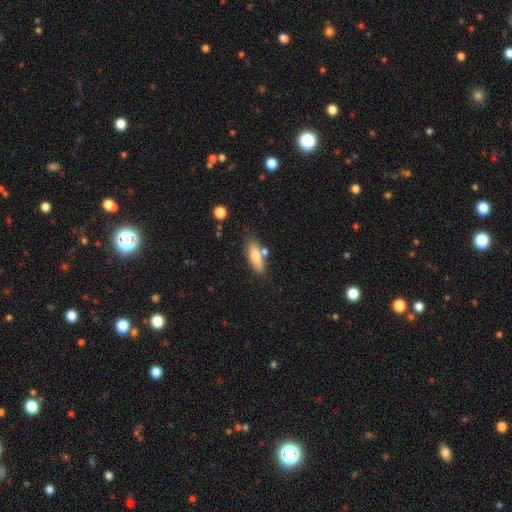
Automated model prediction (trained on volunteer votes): Smooth or featured: smooth — 74% (featured or disk — 19%)
How rounded: in between — 54% (cigar-shaped — 43%)
Merging: none — 69% (minor disturbance — 15%)